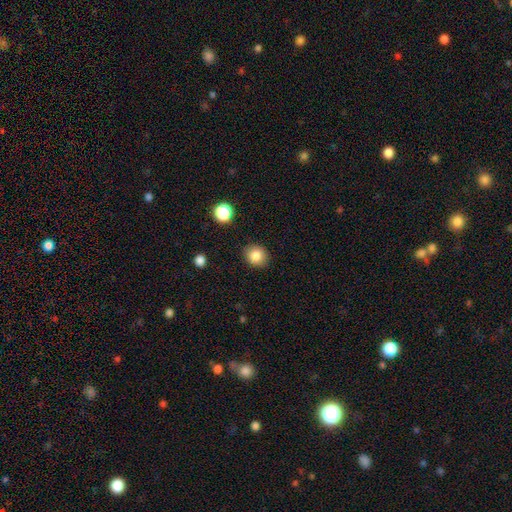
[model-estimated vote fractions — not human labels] Smooth or featured? Predicted: smooth (p=0.84). How rounded? Predicted: round (p=0.75). Merging? Predicted: none (p=0.88).